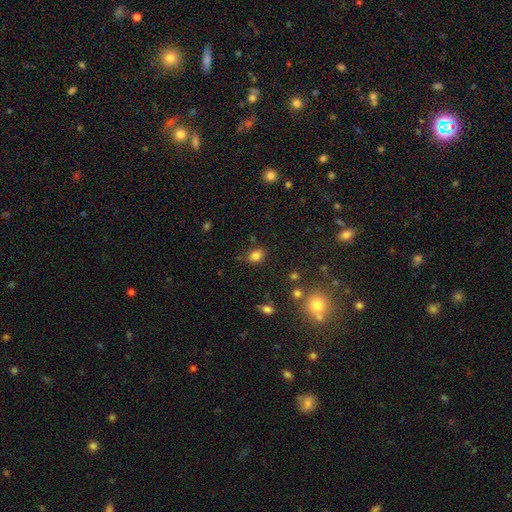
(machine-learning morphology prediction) Smooth or featured? smooth (81%)
How rounded? in between (60%)
Merging? none (78%)